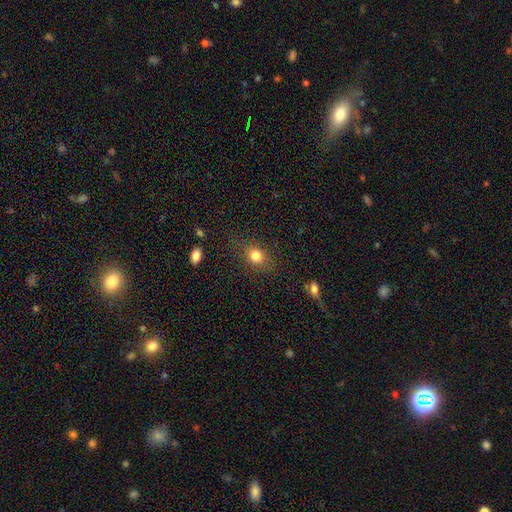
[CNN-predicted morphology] Smooth or featured?
  - smooth: 80% *
  - star or artifact: 11%
  - featured or disk: 8%
How rounded?
  - round: 50% *
  - in between: 48%
  - cigar-shaped: 2%
Merging?
  - none: 78% *
  - minor disturbance: 15%
  - major disturbance: 6%
  - merger: 2%